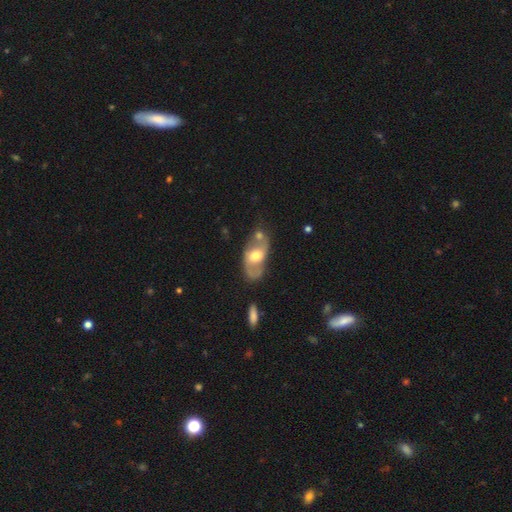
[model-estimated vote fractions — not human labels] Morphology: type=featured or disk (56%); edge-on=no (89%); bar=no (58%); spiral arms=yes (58%); bulge=moderate (71%); merging=none (50%).